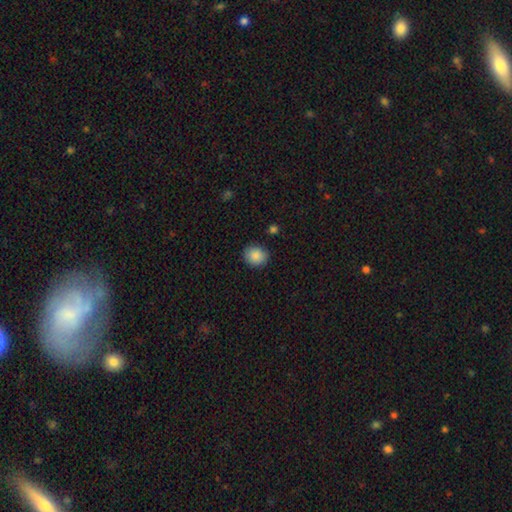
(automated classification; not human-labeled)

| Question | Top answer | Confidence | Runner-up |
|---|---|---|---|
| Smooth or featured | smooth | 88% | star or artifact (8%) |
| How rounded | round | 73% | in between (26%) |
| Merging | none | 87% | minor disturbance (9%) |